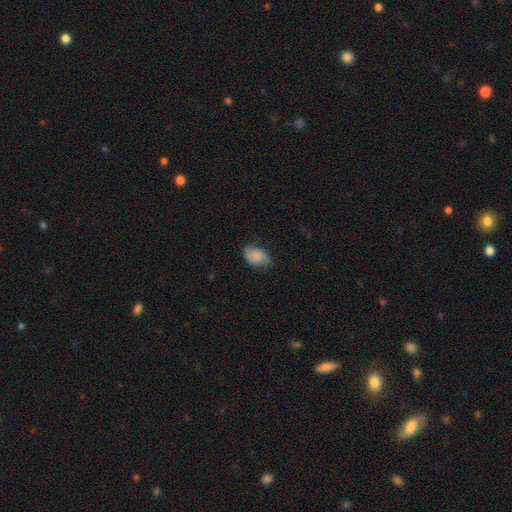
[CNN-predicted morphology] Smooth or featured? smooth (61%)
How rounded? in between (83%)
Merging? none (61%)